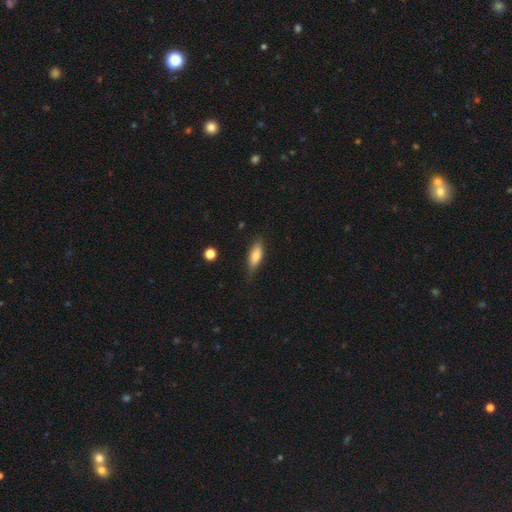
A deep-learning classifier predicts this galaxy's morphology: This appears to be a smooth galaxy with no disk features (75%) that is in between round and cigar-shaped (62%). Merging: none (78%).